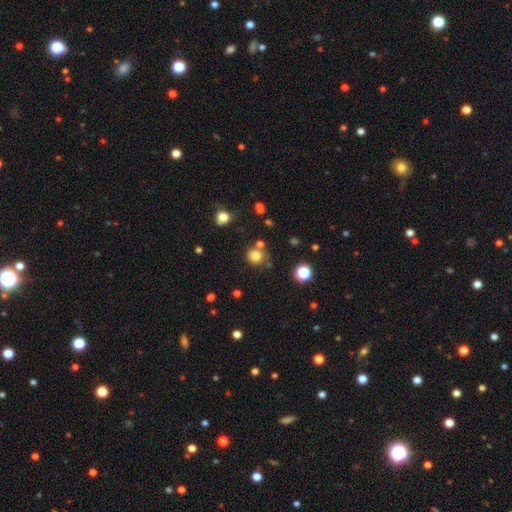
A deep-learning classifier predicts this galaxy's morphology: Smooth or featured? Predicted: smooth (p=0.78). How rounded? Predicted: round (p=0.89). Merging? Predicted: none (p=0.73).